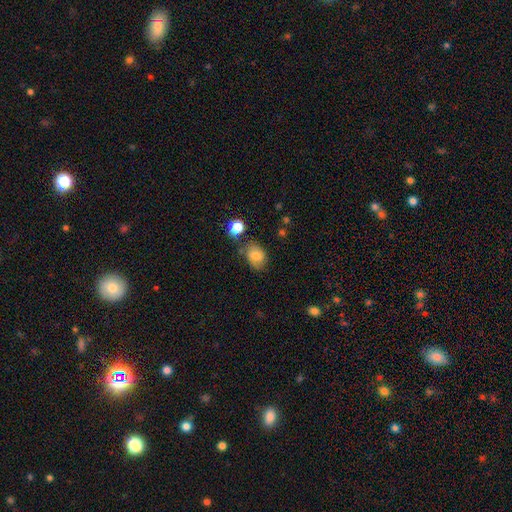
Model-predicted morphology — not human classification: Overall: smooth (76%). How rounded: in between (74%). Merging: none (66%).